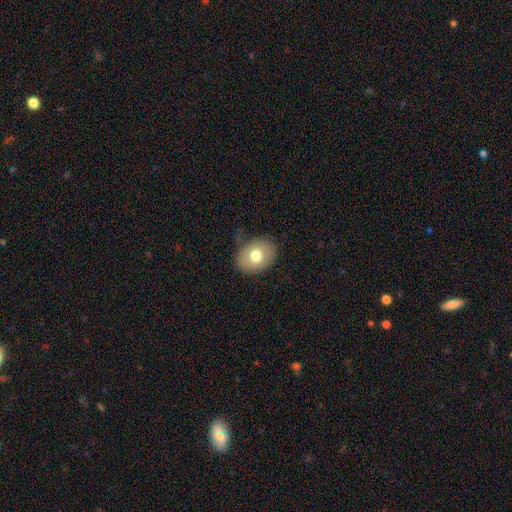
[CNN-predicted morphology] Q: Smooth or featured?
A: smooth (74%); runner-up: featured or disk (18%)
Q: How rounded?
A: in between (58%); runner-up: round (41%)
Q: Merging?
A: none (74%); runner-up: minor disturbance (19%)